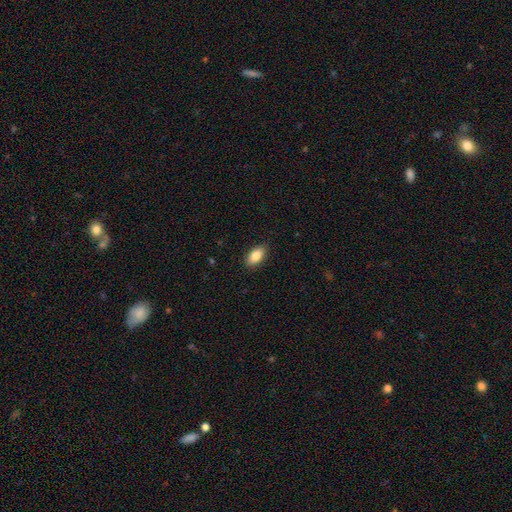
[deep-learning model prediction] This is clearly a smooth galaxy (85%). How rounded: clearly in between (91%). Merging: clearly none (88%).